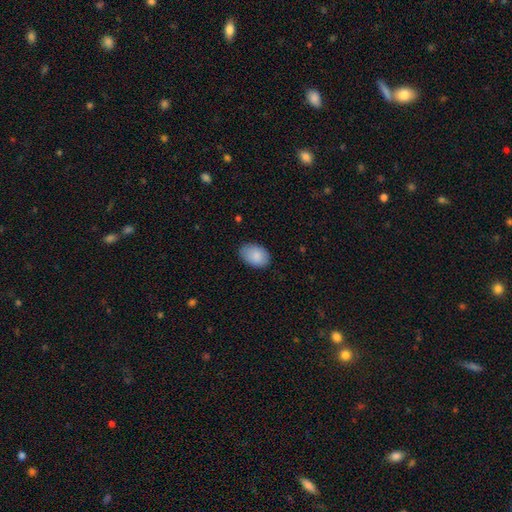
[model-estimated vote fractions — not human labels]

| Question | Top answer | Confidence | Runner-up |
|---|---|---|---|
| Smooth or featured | smooth | 88% | featured or disk (6%) |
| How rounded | in between | 87% | round (12%) |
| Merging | none | 82% | minor disturbance (15%) |